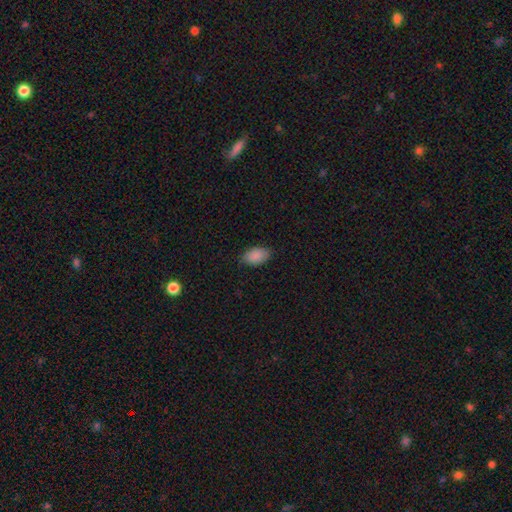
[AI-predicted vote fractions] Overall: smooth (89%). How rounded: in between (93%). Merging: none (83%).